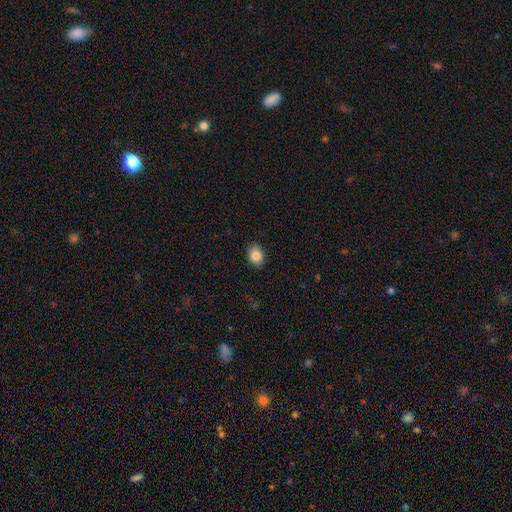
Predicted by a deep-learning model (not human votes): A smooth galaxy with no disk features (85%) that is in between round and cigar-shaped (72%). Merging: none (88%).